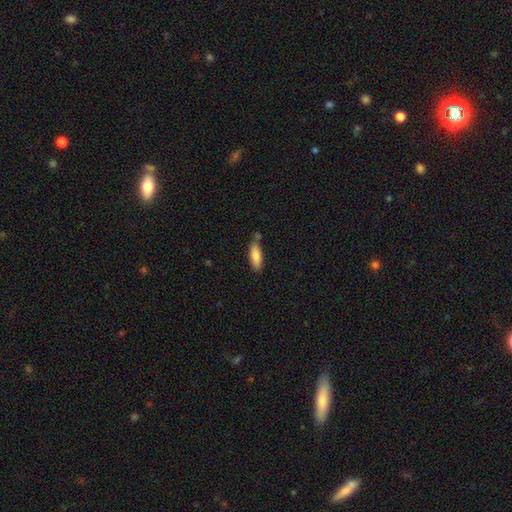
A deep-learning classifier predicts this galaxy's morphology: type=smooth (83%); roundness=in between (56%); merging=none (71%).